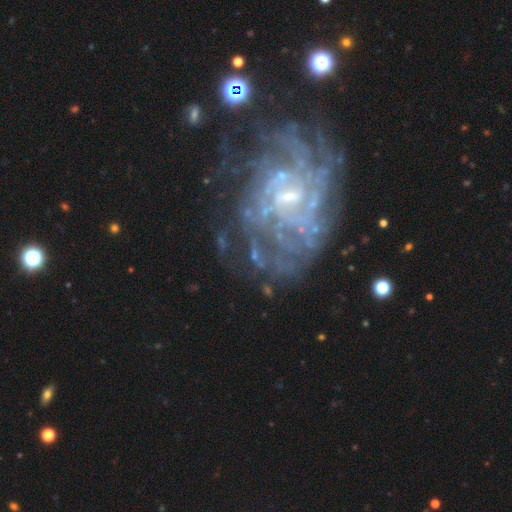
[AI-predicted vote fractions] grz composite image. It shows a featured or disk galaxy (80%) with a weak bar (48%), tight (54%) spiral arms (81%) and a small central bulge (58%). Merging: none (52%).